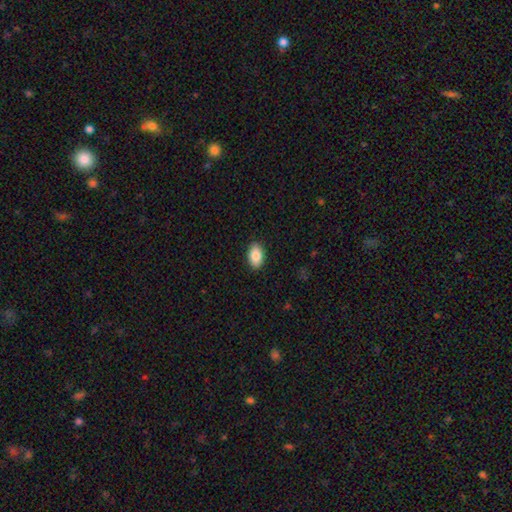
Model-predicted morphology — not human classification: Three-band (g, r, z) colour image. It shows a smooth galaxy with no disk features (86%) that is in between round and cigar-shaped (91%). Merging: none (89%).